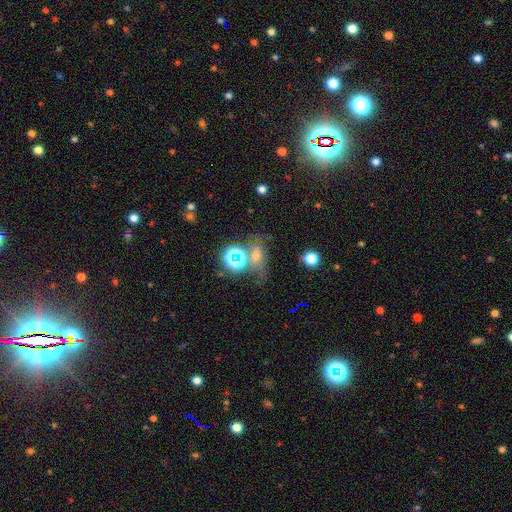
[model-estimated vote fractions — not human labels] Smooth or featured: star or artifact — 42% (smooth — 33%)